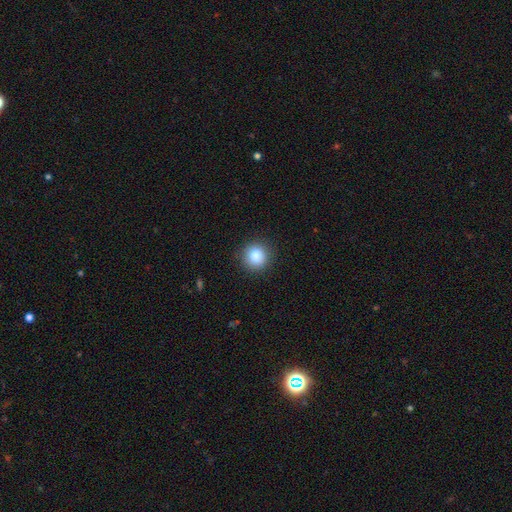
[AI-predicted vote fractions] A smooth galaxy with no disk features (85%) that is round (93%).

Vote fractions:
- Smooth or featured? smooth: 85% / star or artifact: 10% / featured or disk: 5%
- How rounded? round: 93% / in between: 6% / cigar-shaped: 1%
- Merging? none: 90% / minor disturbance: 7% / major disturbance: 2% / merger: 1%